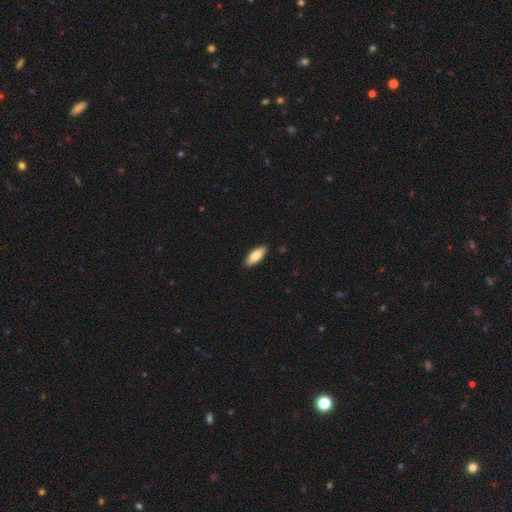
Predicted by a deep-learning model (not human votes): This is clearly a smooth galaxy (81%). How rounded: likely in between (75%). Merging: clearly none (89%).